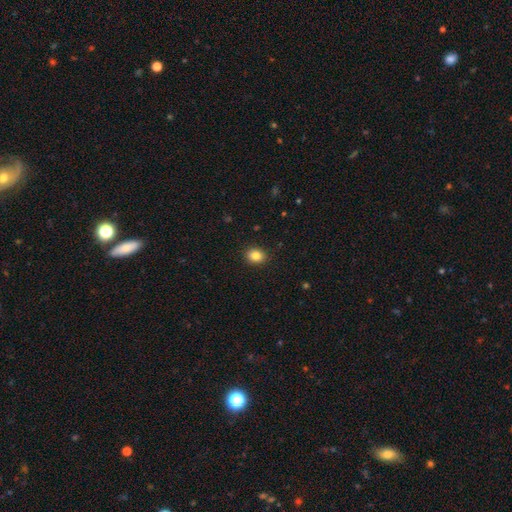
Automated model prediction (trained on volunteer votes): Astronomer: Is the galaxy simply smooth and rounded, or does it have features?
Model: smooth — 84%.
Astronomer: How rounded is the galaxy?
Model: round — 54% (runner-up: in between, 45%).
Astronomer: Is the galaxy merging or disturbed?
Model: none — 90%.